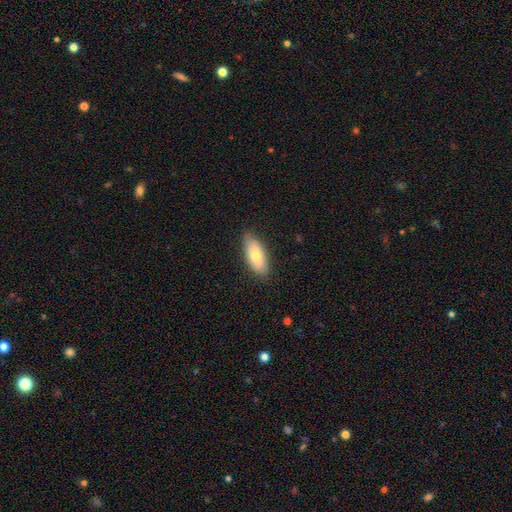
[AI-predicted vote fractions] smooth_or_featured: smooth (p=0.72) [alt: featured or disk p=0.21]
how_rounded: in between (p=0.84) [alt: cigar-shaped p=0.14]
merging: none (p=0.83) [alt: minor disturbance p=0.14]